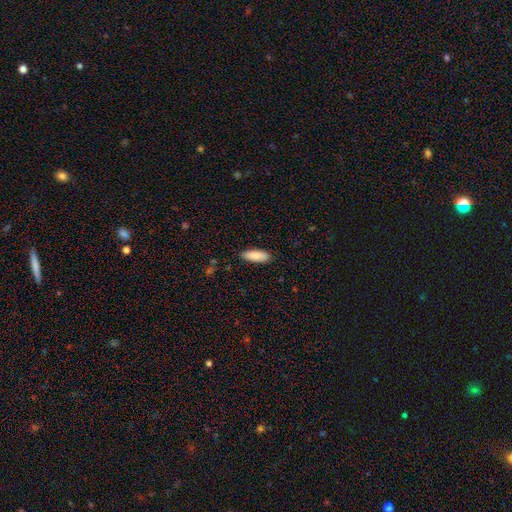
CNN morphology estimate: Smooth or featured? smooth (87%)
How rounded? in between (69%)
Merging? none (86%)